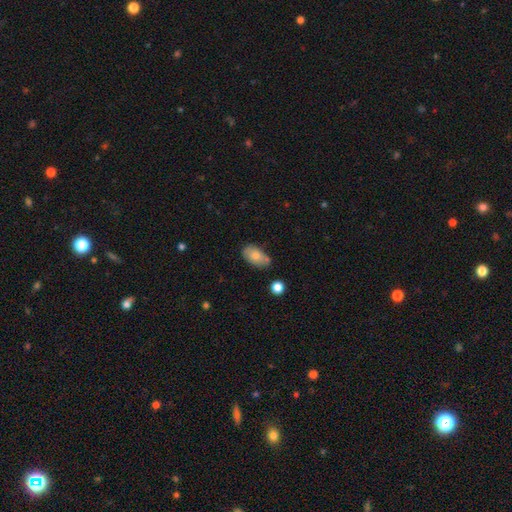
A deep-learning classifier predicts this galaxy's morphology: Smooth or featured: smooth — 75% (featured or disk — 18%)
How rounded: in between — 92% (round — 6%)
Merging: none — 61% (minor disturbance — 26%)